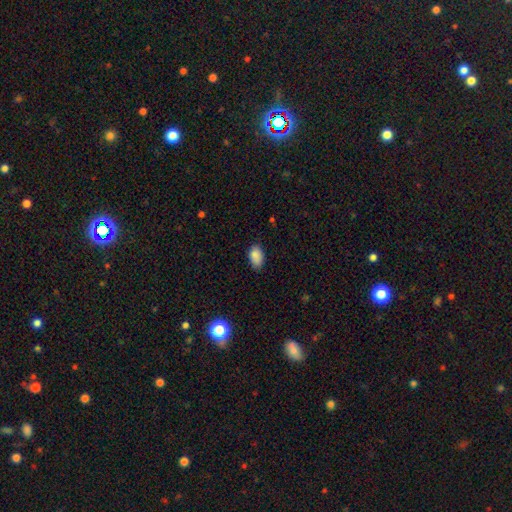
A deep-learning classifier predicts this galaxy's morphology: smooth_or_featured: smooth (p=0.87) [alt: star or artifact p=0.08]
how_rounded: in between (p=0.92) [alt: round p=0.07]
merging: none (p=0.77) [alt: minor disturbance p=0.19]